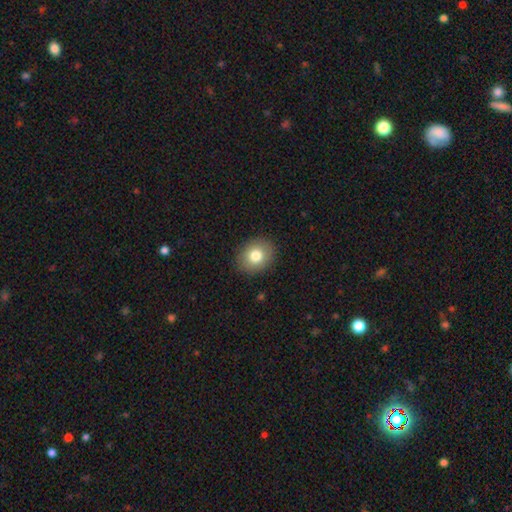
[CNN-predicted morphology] Q: Smooth or featured?
A: smooth (79%); runner-up: featured or disk (11%)
Q: How rounded?
A: round (56%); runner-up: in between (43%)
Q: Merging?
A: none (89%); runner-up: minor disturbance (7%)